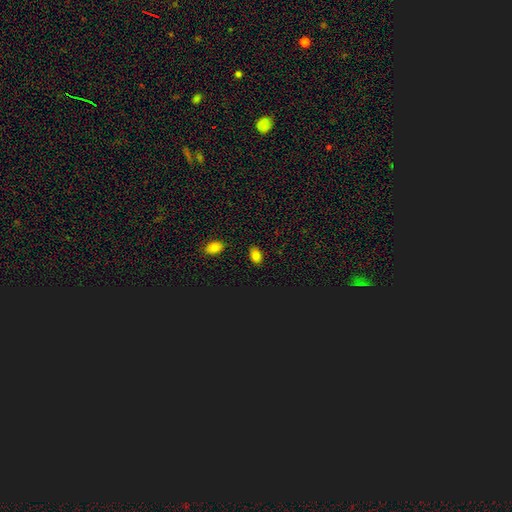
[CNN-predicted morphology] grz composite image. It shows a smooth galaxy with no disk features (79%) that is in between round and cigar-shaped (87%). Merging: none (86%).